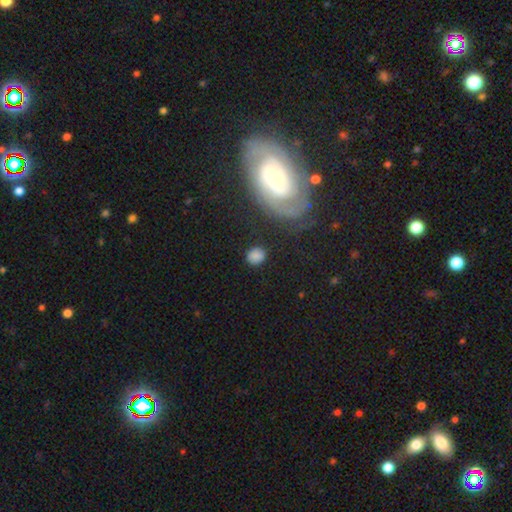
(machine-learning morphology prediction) smooth 80%, star or artifact 11%, featured or disk 9%. Down the decision tree: how rounded — round (72%); merging — none (84%).